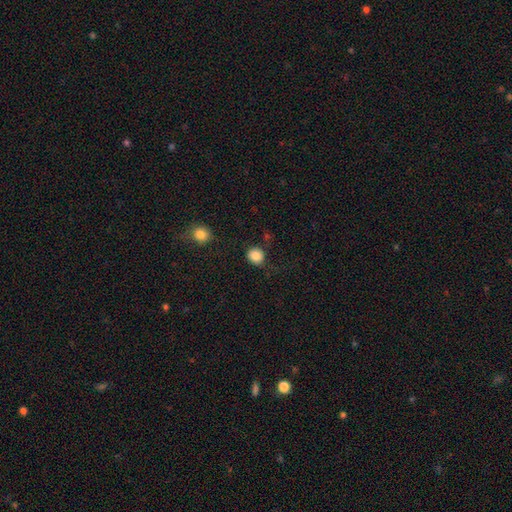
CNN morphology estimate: Smooth or featured? Predicted: smooth (p=0.86). How rounded? Predicted: round (p=0.80). Merging? Predicted: none (p=0.77).